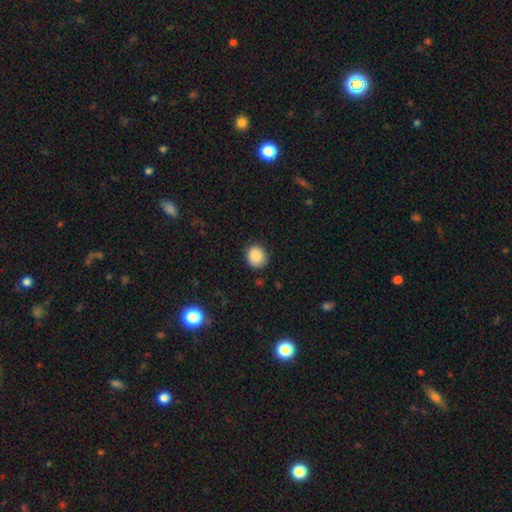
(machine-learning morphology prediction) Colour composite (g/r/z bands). It shows a smooth galaxy with no disk features (89%) that is round (80%). Merging: none (86%).